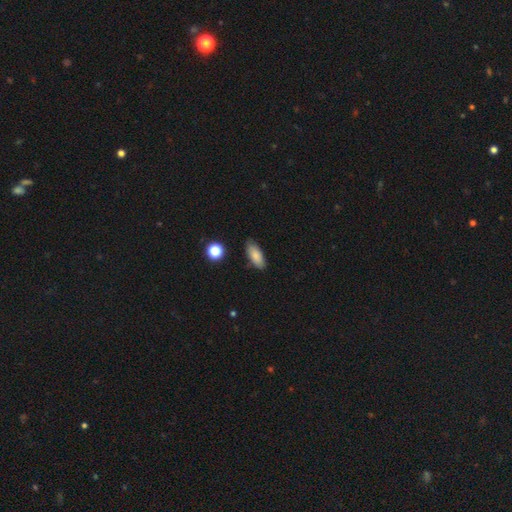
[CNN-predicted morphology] Smooth or featured? smooth (83%)
How rounded? in between (82%)
Merging? none (82%)